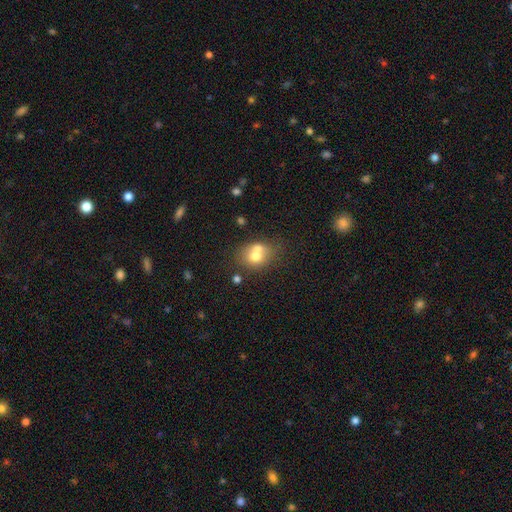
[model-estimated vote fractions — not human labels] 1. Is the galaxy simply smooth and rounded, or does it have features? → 67% smooth, 22% featured or disk, 11% star or artifact.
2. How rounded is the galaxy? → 58% round, 41% in between, 1% cigar-shaped.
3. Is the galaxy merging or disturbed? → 50% merger, 35% none, 11% minor disturbance, 5% major disturbance.